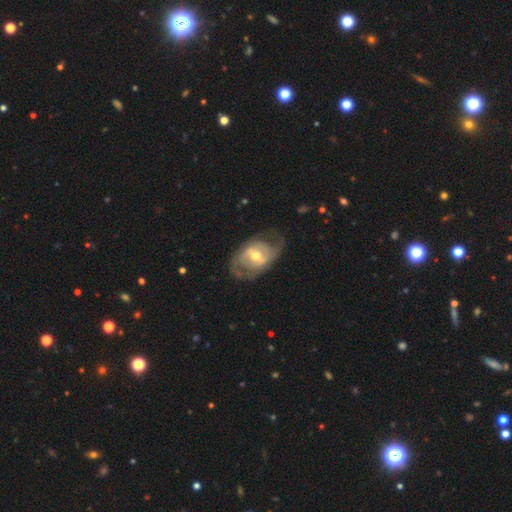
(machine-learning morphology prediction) This appears to be a featured or disk galaxy (76%) with a weak bar (46%), 2 (73%) medium (42%) spiral arms (76%) and a moderate central bulge (68%). Merging: none (63%).